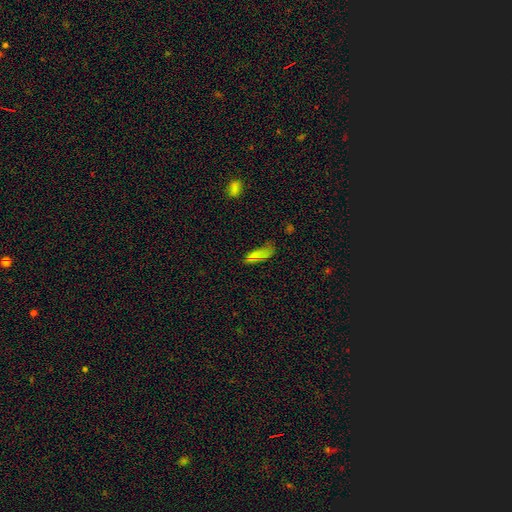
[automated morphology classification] Q: Smooth or featured?
A: smooth (71%); runner-up: featured or disk (14%)
Q: How rounded?
A: in between (64%); runner-up: cigar-shaped (32%)
Q: Merging?
A: none (49%); runner-up: minor disturbance (31%)